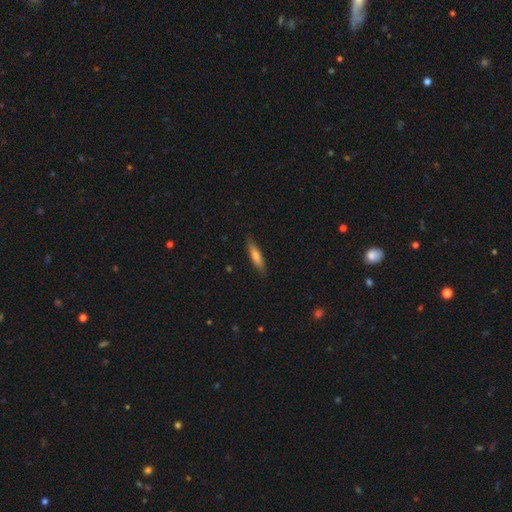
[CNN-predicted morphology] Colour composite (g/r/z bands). It shows a smooth galaxy with no disk features (65%) that is cigar-shaped (80%). Merging: none (86%).